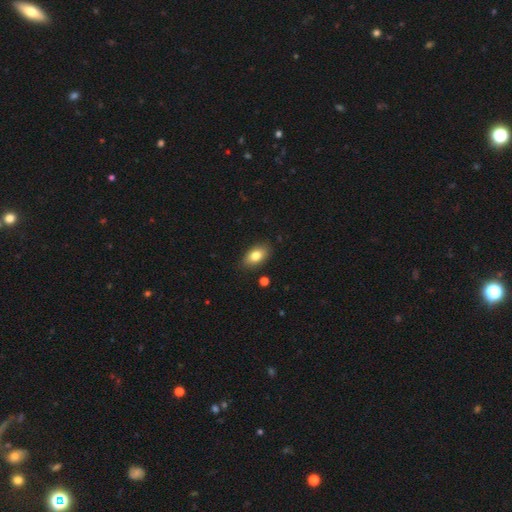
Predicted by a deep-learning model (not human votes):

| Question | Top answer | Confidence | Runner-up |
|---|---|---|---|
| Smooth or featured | smooth | 80% | featured or disk (12%) |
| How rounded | in between | 90% | round (8%) |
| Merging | none | 85% | minor disturbance (11%) |